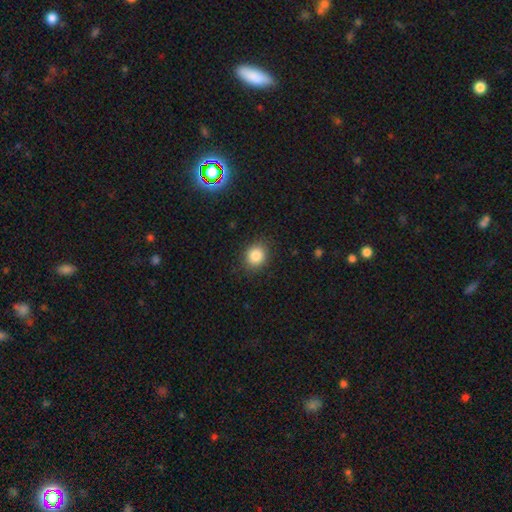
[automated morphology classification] Q: Smooth or featured?
A: smooth (85%); runner-up: star or artifact (10%)
Q: How rounded?
A: round (70%); runner-up: in between (29%)
Q: Merging?
A: none (87%); runner-up: minor disturbance (9%)